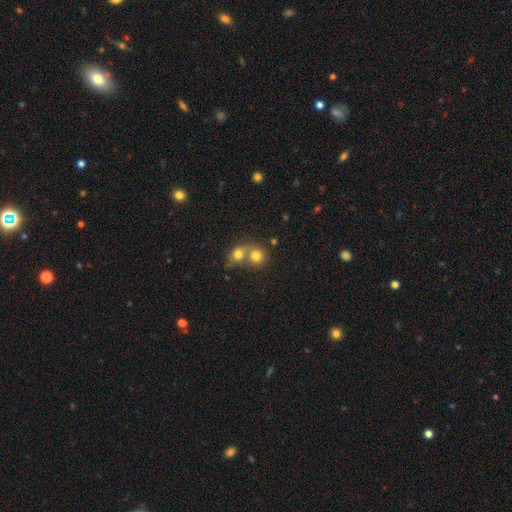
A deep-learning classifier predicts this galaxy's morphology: Q: Smooth or featured?
A: smooth (77%); runner-up: featured or disk (12%)
Q: How rounded?
A: round (81%); runner-up: in between (18%)
Q: Merging?
A: merger (59%); runner-up: none (32%)